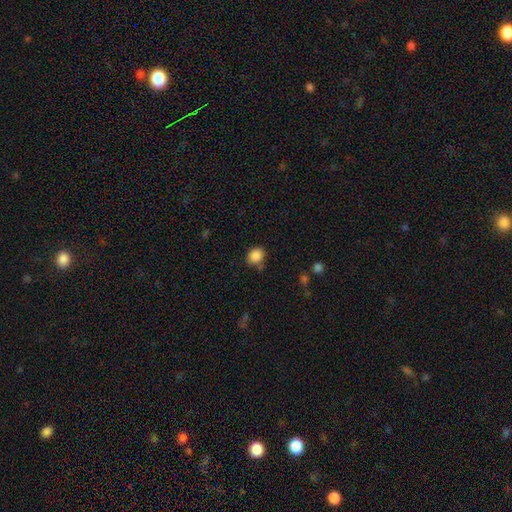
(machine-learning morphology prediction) Overall: smooth (86%). How rounded: round (63%; in between 36%). Merging: none (76%).